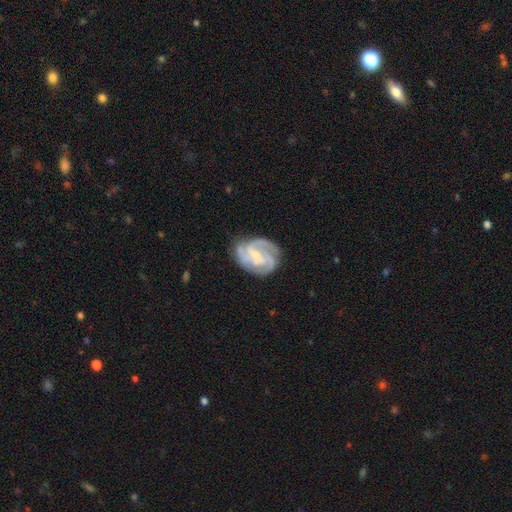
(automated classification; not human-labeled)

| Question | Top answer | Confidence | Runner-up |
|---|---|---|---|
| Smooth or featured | featured or disk | 88% | smooth (7%) |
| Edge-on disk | no | 98% | yes (2%) |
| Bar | weak | 50% | no (29%) |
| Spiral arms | yes | 97% | no (3%) |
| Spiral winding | tight | 49% | medium (42%) |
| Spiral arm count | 3 | 50% | 2 (17%) |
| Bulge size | small | 64% | moderate (29%) |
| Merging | none | 72% | minor disturbance (19%) |